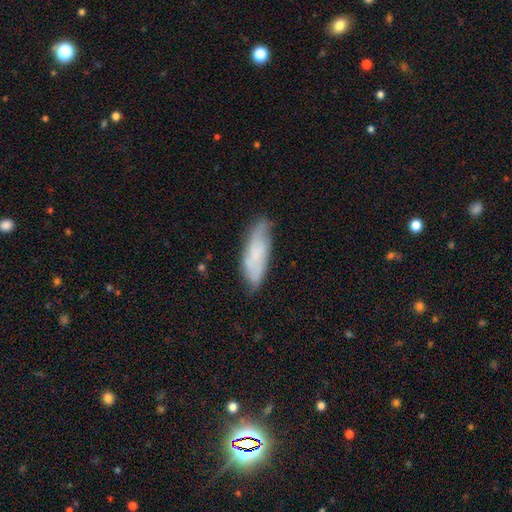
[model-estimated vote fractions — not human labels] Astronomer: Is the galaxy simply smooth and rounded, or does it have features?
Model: smooth — 57% (runner-up: featured or disk, 35%).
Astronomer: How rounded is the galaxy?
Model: in between — 57% (runner-up: cigar-shaped, 41%).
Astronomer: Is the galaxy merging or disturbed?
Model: none — 69%.